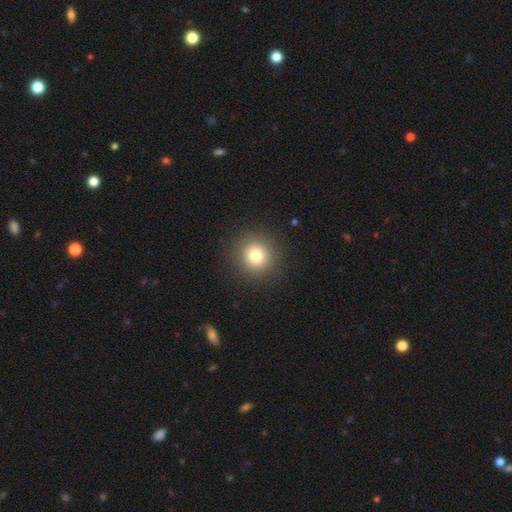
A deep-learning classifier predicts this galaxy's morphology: type=smooth (79%); roundness=round (92%); merging=none (91%).